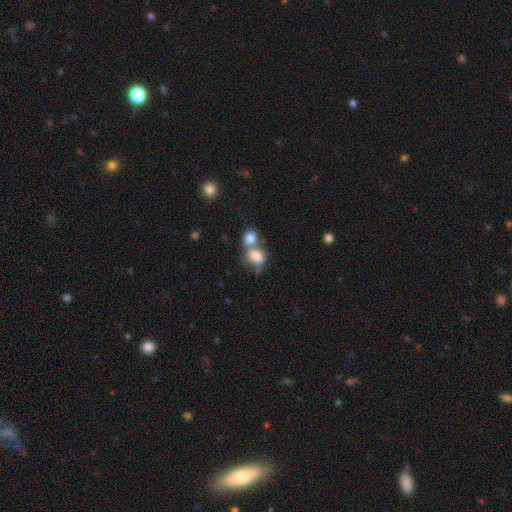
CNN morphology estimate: This appears to be a smooth galaxy with no disk features (79%) that is in between round and cigar-shaped (68%). Merging: merger (65%).